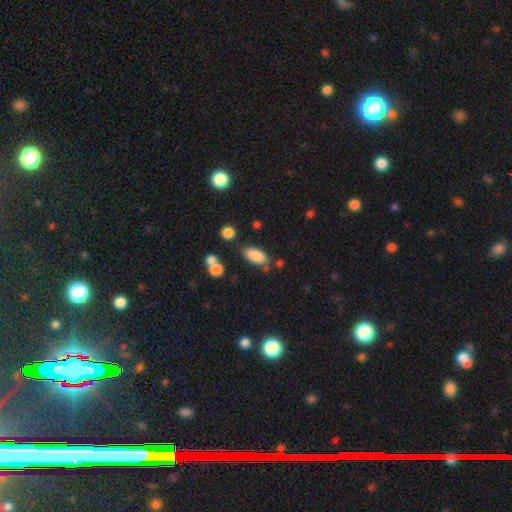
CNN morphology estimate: smooth-or-featured: smooth: 85% | star or artifact: 8% | featured or disk: 7%
  how-rounded: in between: 86% | cigar-shaped: 11% | round: 3%
  merging: none: 75% | minor disturbance: 14% | merger: 7% | major disturbance: 4%